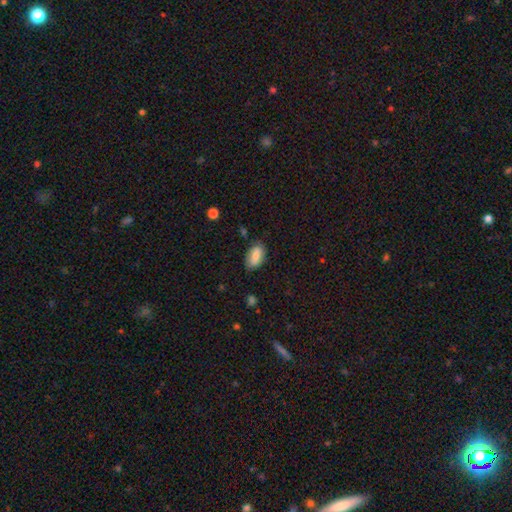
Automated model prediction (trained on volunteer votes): This is likely a smooth galaxy (78%). How rounded: clearly in between (92%). Merging: likely none (76%).